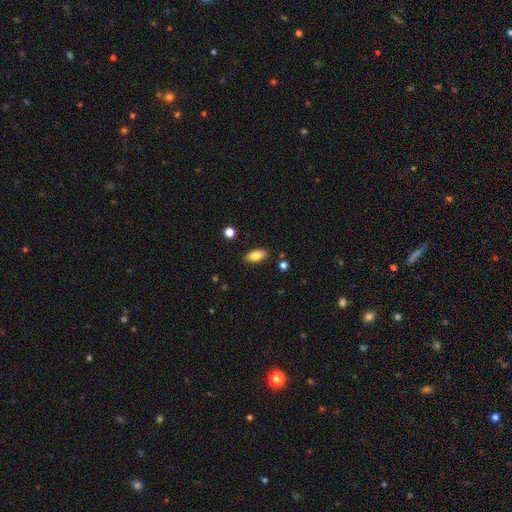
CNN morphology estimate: Smooth or featured? smooth (78%)
How rounded? in between (87%)
Merging? none (86%)